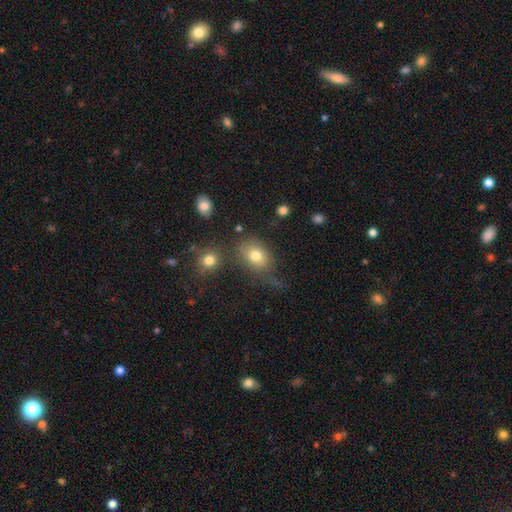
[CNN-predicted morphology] Smooth or featured? smooth (76%)
How rounded? in between (66%)
Merging? none (62%)